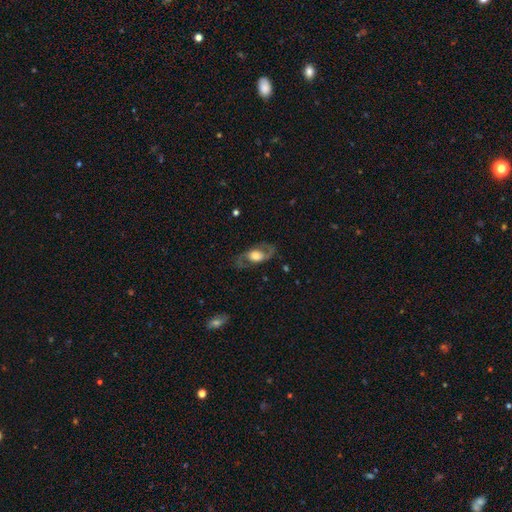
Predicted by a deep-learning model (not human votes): featured or disk 73%, smooth 21%, star or artifact 6%. Down the decision tree: edge-on disk — no (91%); bar — no (66%); spiral arms — yes (80%); spiral arm count — 2 (90%); spiral winding — medium (49%); bulge size — large (47%); merging — none (75%).